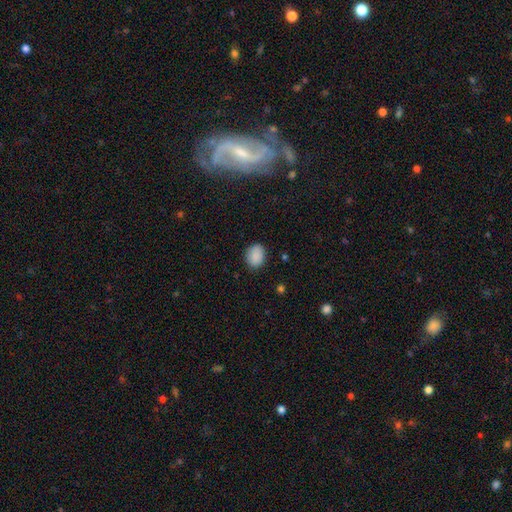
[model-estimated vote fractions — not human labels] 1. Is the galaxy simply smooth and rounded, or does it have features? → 89% smooth, 8% star or artifact, 3% featured or disk.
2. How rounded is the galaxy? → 54% in between, 45% round, 1% cigar-shaped.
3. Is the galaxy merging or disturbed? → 84% none, 12% minor disturbance, 3% major disturbance, 1% merger.